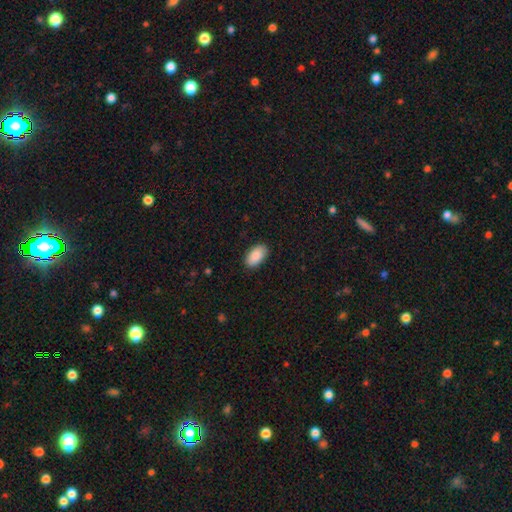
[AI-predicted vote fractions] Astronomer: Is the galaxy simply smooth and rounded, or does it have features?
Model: smooth — 89%.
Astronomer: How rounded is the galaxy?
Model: in between — 95%.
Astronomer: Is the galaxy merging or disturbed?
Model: none — 88%.